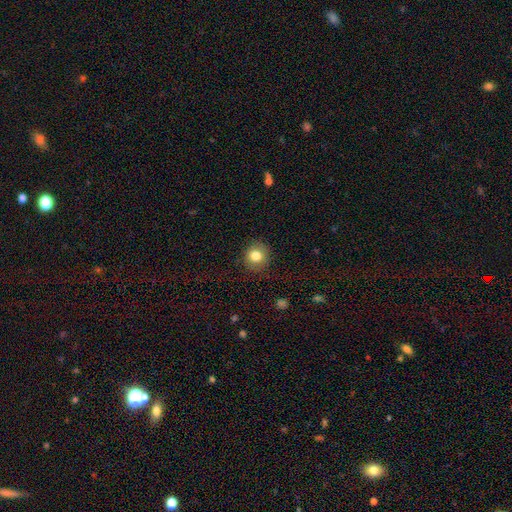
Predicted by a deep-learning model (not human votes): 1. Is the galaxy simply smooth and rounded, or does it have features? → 82% smooth, 10% star or artifact, 8% featured or disk.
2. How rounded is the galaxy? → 86% round, 13% in between, 1% cigar-shaped.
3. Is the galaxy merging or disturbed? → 86% none, 10% minor disturbance, 3% major disturbance, 1% merger.